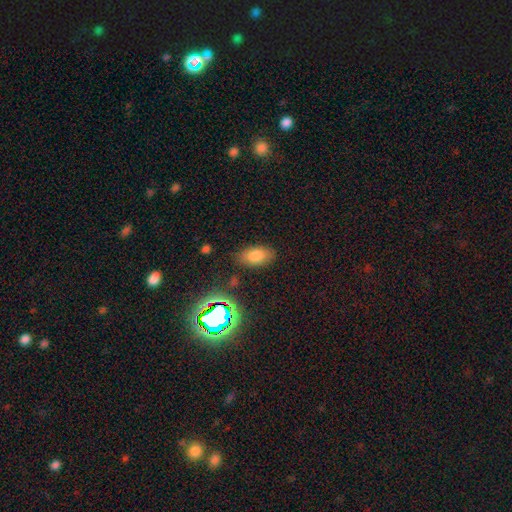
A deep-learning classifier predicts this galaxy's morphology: A smooth galaxy with no disk features (77%) that is in between round and cigar-shaped (92%). Merging: none (82%).